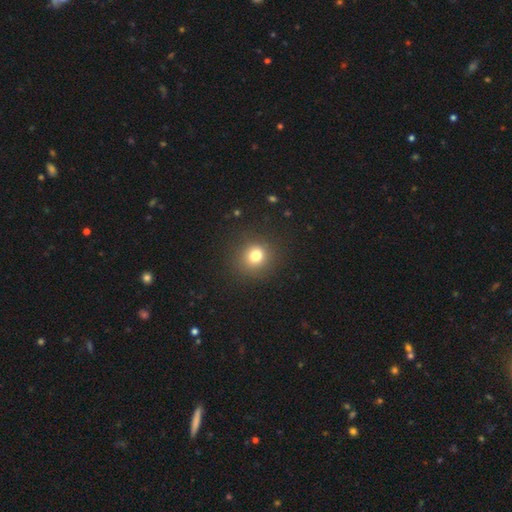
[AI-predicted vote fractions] This appears to be a smooth galaxy with no disk features (79%) that is round (88%). Merging: none (88%).